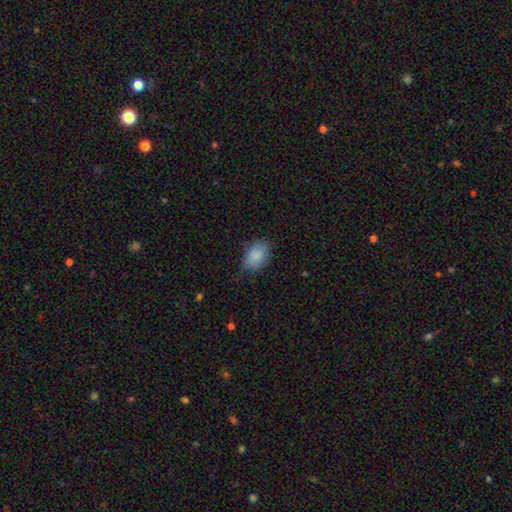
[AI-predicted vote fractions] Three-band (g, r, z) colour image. It shows a smooth galaxy with no disk features (86%) that is in between round and cigar-shaped (83%). Merging: none (76%).